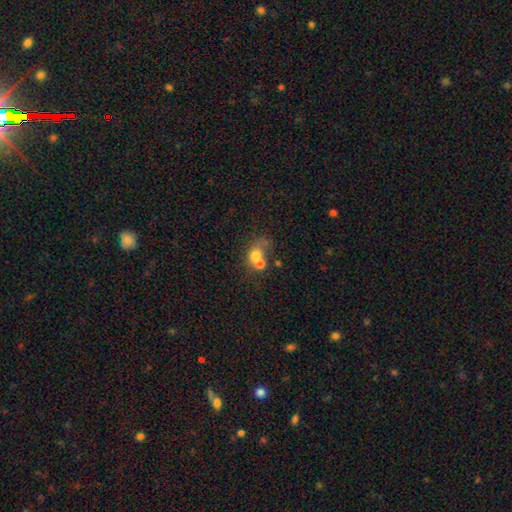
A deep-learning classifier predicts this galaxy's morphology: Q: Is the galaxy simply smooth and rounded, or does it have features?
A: smooth — 63%.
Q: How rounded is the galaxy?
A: round — 63%.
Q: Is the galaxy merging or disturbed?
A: merger — 61%.